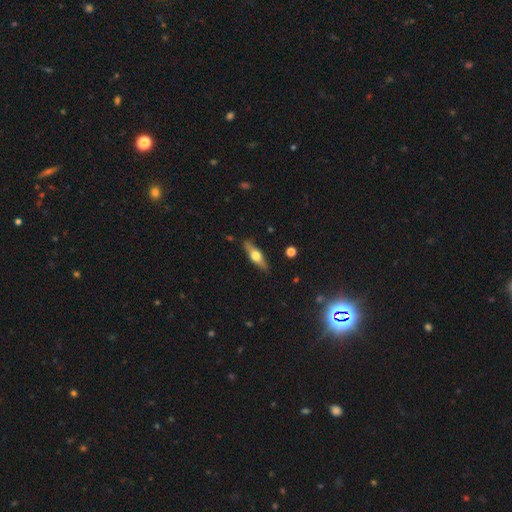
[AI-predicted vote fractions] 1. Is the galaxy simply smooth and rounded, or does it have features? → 59% featured or disk, 35% smooth, 6% star or artifact.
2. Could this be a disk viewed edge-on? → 93% yes, 7% no.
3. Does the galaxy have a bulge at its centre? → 95% rounded, 4% boxy, 2% none.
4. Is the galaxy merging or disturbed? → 88% none, 9% minor disturbance, 2% major disturbance, 1% merger.